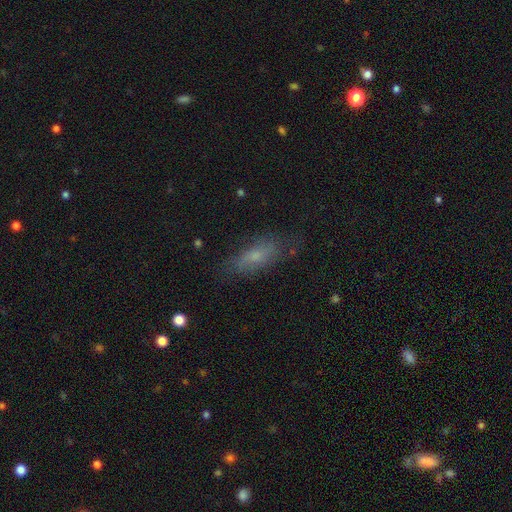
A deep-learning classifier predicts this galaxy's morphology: The model was most divided on "smooth or featured": smooth: 60%, featured or disk: 29%, star or artifact: 11%. More confident: merging — none (72%); how rounded — in between (64%).